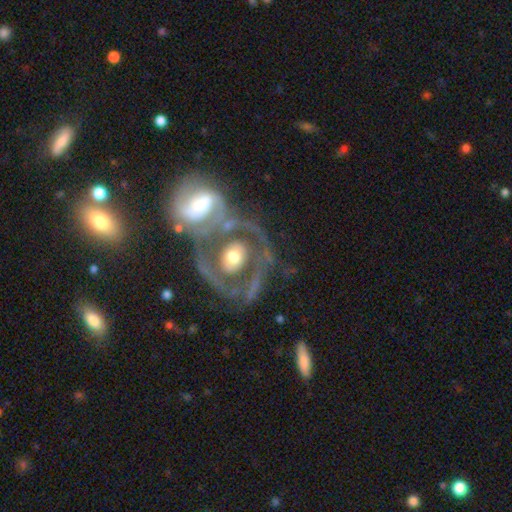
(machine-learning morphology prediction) Smooth or featured? featured or disk (79%)
Edge-on disk? no (94%)
Bar? no (55%)
Spiral arms? yes (63%)
Bulge size? moderate (60%)
Merging? merger (40%)